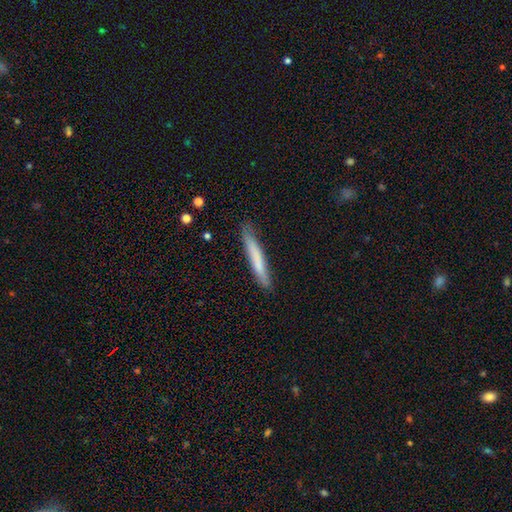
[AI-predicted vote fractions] A smooth galaxy with no disk features (70%) that is cigar-shaped (96%). Merging: none (84%).